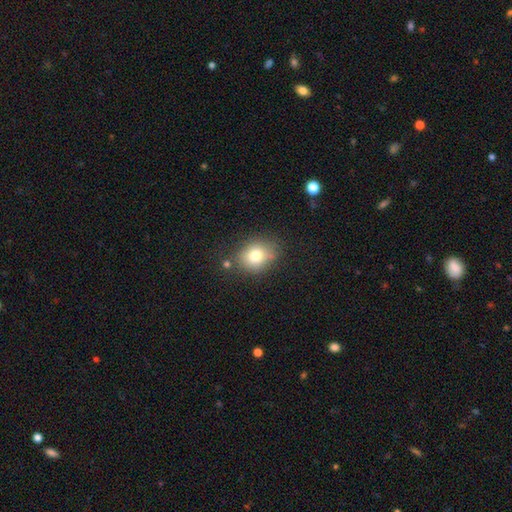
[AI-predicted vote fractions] Smooth or featured?
  - smooth: 77% *
  - star or artifact: 12%
  - featured or disk: 11%
How rounded?
  - round: 56% *
  - in between: 43%
  - cigar-shaped: 1%
Merging?
  - none: 73% *
  - minor disturbance: 16%
  - merger: 6%
  - major disturbance: 5%